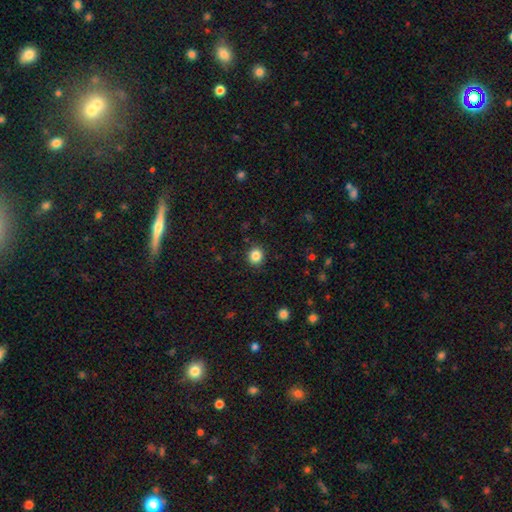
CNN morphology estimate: Overall: smooth (85%). How rounded: round (81%). Merging: none (90%).